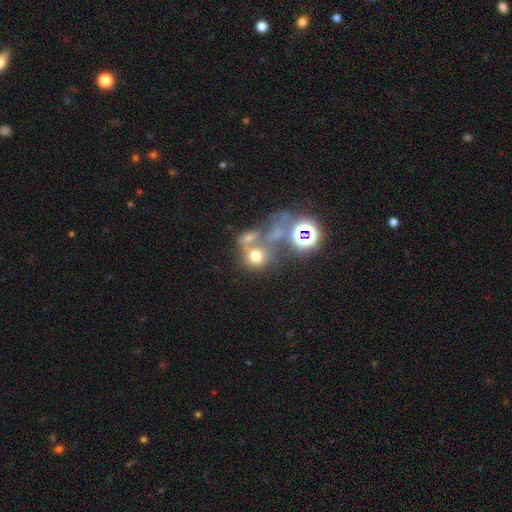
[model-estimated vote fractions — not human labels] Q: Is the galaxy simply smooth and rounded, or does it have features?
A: smooth — 58%.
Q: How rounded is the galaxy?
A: round — 77%.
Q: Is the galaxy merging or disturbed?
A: merger — 42%.